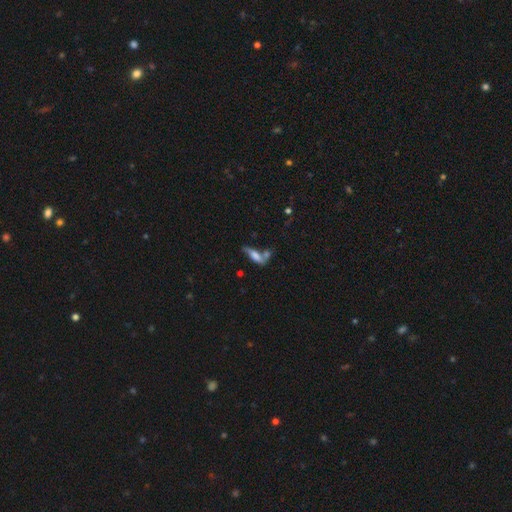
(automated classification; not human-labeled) Smooth or featured: smooth — 52% (featured or disk — 38%)
How rounded: cigar-shaped — 51% (in between — 46%)
Merging: none — 39% (merger — 34%)